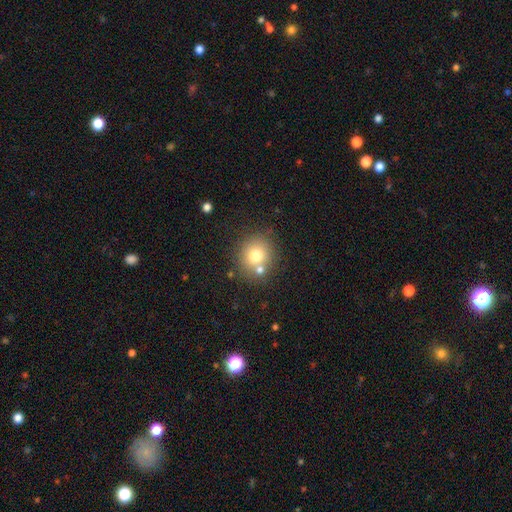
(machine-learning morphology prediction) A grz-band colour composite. It shows a smooth galaxy with no disk features (75%) that is round (86%). Merging: none (68%).